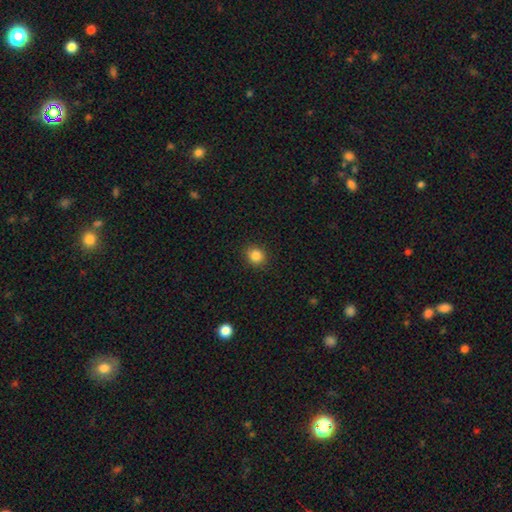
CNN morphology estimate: Overall: smooth (85%). How rounded: round (83%). Merging: none (90%).